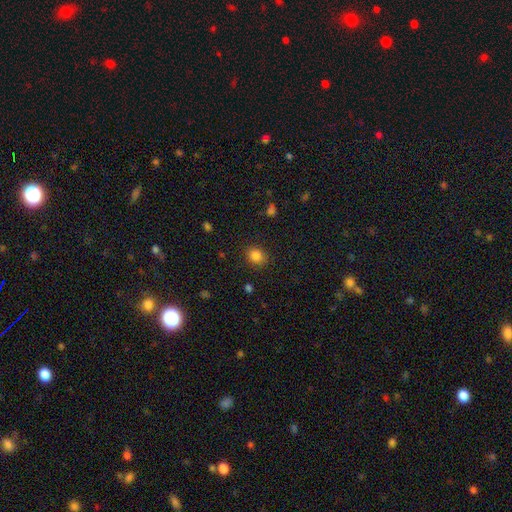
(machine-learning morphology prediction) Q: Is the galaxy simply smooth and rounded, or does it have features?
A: smooth — 84%.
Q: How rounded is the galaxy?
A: round — 69%.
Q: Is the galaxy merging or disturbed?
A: none — 86%.